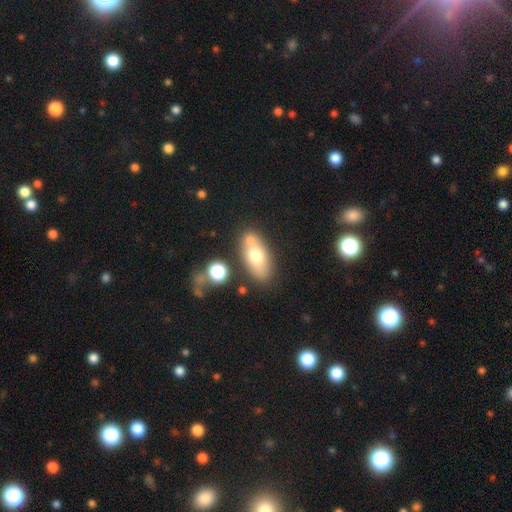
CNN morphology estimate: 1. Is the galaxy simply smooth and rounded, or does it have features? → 66% smooth, 25% featured or disk, 9% star or artifact.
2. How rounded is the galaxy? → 84% in between, 8% round, 8% cigar-shaped.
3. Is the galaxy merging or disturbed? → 62% none, 19% merger, 14% minor disturbance, 5% major disturbance.